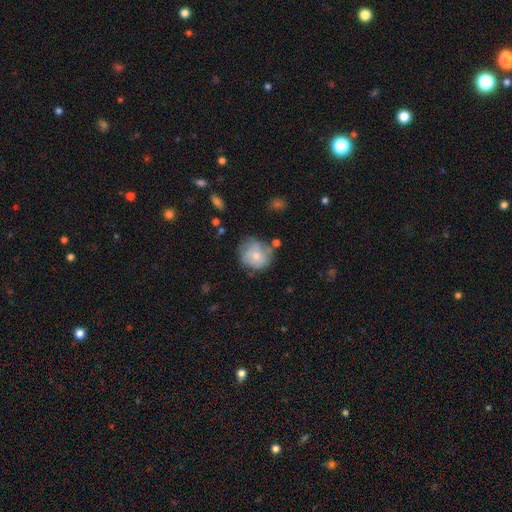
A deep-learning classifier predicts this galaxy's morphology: smooth-or-featured: smooth: 64% | featured or disk: 28% | star or artifact: 8%
  how-rounded: round: 81% | in between: 18% | cigar-shaped: 1%
  merging: none: 55% | minor disturbance: 27% | major disturbance: 11% | merger: 6%